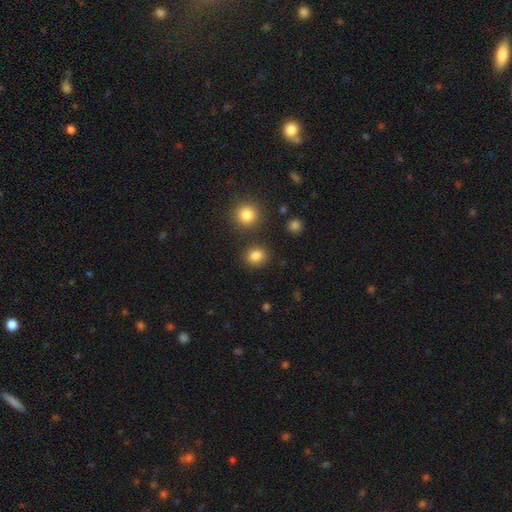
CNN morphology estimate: Smooth or featured? smooth (83%)
How rounded? round (76%)
Merging? none (84%)